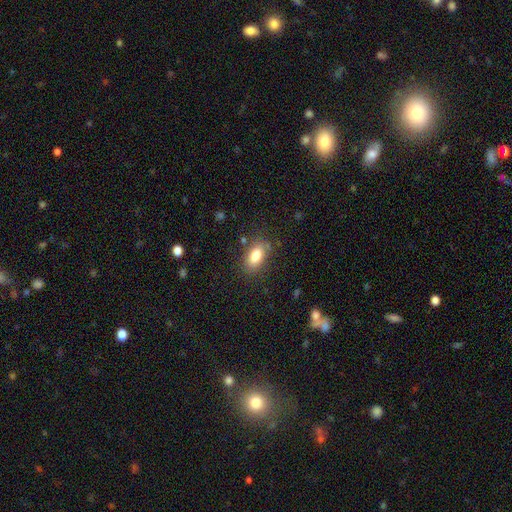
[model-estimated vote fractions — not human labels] Smooth or featured? smooth (82%)
How rounded? in between (89%)
Merging? none (81%)